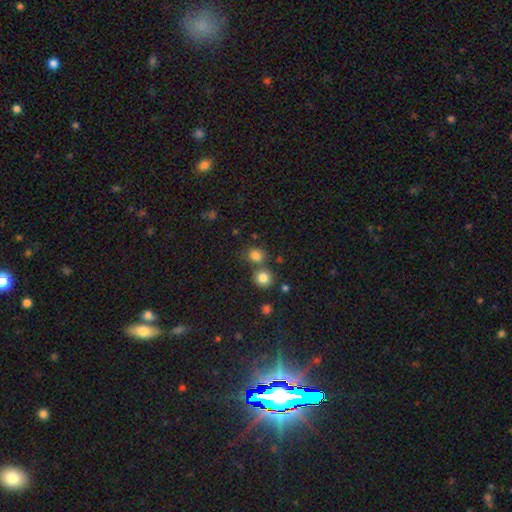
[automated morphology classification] smooth_or_featured: smooth (p=0.80) [alt: star or artifact p=0.14]
how_rounded: round (p=0.77) [alt: in between p=0.22]
merging: none (p=0.60) [alt: merger p=0.27]